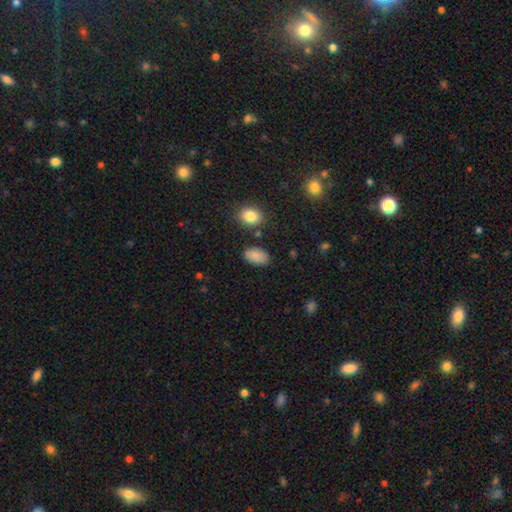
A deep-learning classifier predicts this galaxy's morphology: A smooth galaxy with no disk features (86%) that is in between round and cigar-shaped (93%). Merging: none (84%).